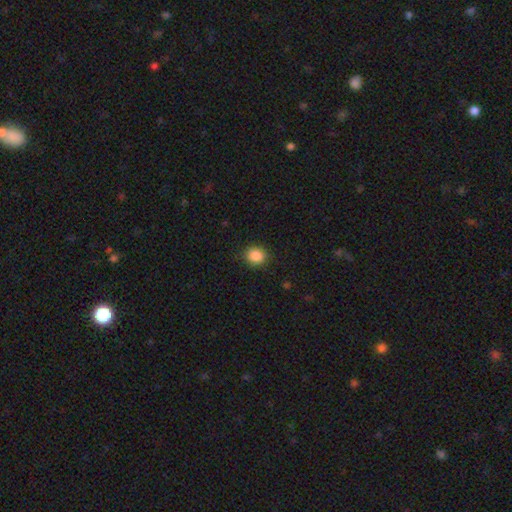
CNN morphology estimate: smooth-or-featured: smooth: 87% | star or artifact: 10% | featured or disk: 3%
  how-rounded: round: 78% | in between: 21% | cigar-shaped: 1%
  merging: none: 89% | minor disturbance: 8% | major disturbance: 2% | merger: 1%